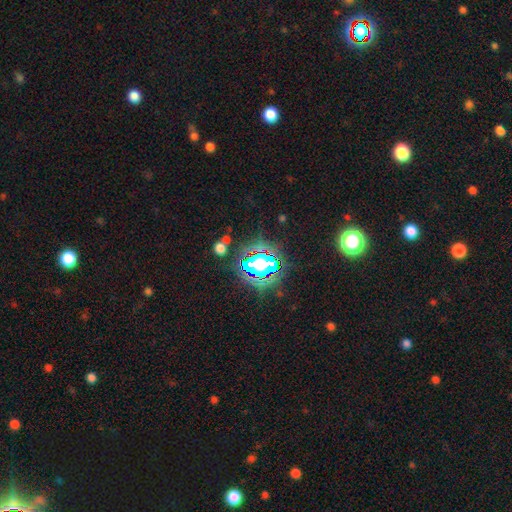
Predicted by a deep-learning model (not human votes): smooth_or_featured: star or artifact (p=0.77) [alt: smooth p=0.14]